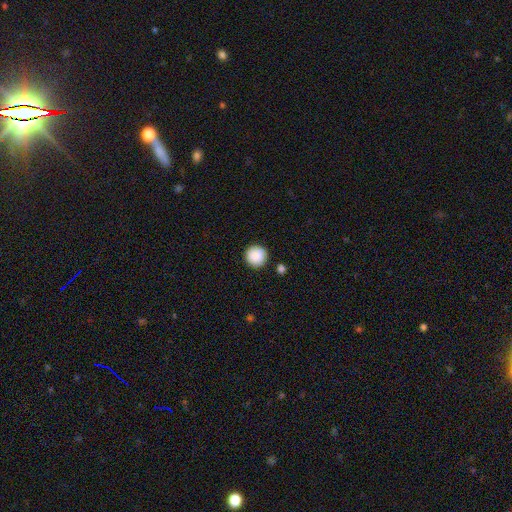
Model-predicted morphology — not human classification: This is clearly a smooth galaxy (89%). How rounded: clearly round (96%). Merging: clearly none (90%).